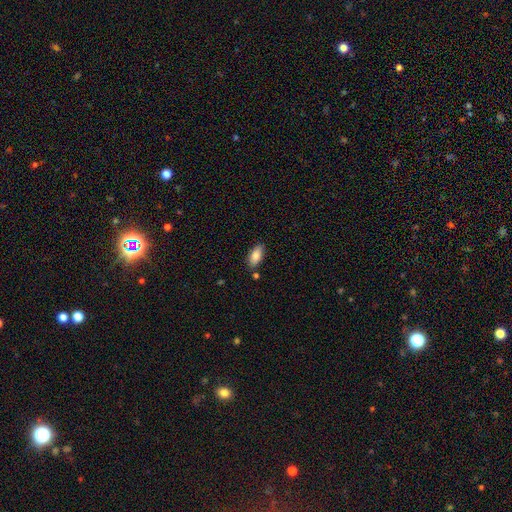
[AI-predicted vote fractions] smooth-or-featured: smooth: 84% | featured or disk: 9% | star or artifact: 7%
  how-rounded: in between: 89% | cigar-shaped: 8% | round: 3%
  merging: none: 81% | minor disturbance: 12% | merger: 4% | major disturbance: 2%